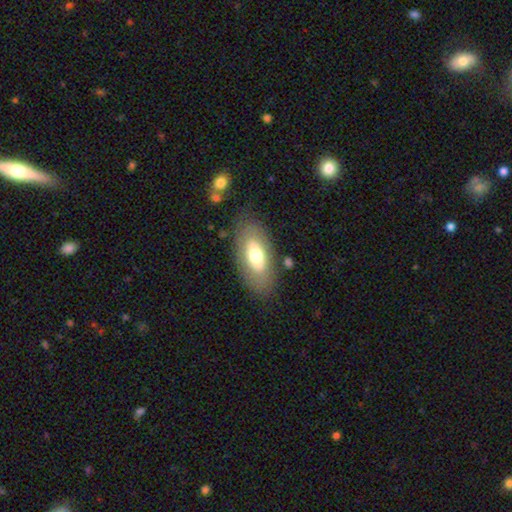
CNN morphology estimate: type=smooth (62%); roundness=in between (89%); merging=none (78%).